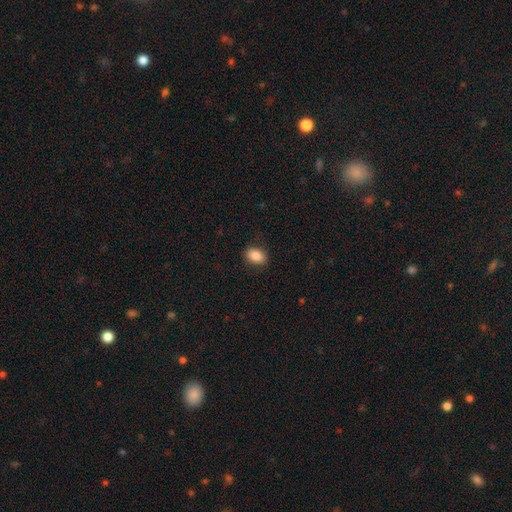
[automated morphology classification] Q: Smooth or featured?
A: smooth (86%); runner-up: star or artifact (8%)
Q: How rounded?
A: in between (80%); runner-up: round (19%)
Q: Merging?
A: none (88%); runner-up: minor disturbance (9%)